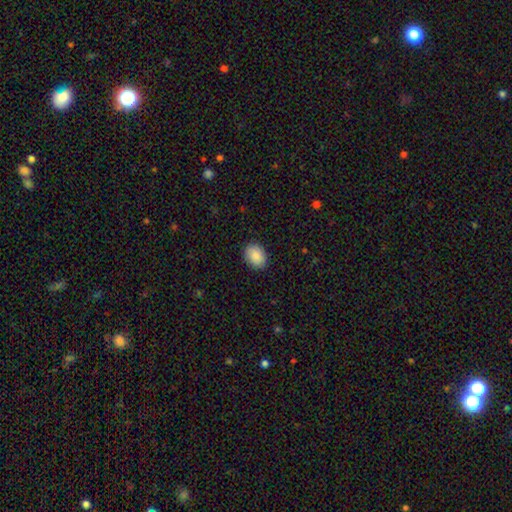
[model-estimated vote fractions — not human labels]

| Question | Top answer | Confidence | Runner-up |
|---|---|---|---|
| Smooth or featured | smooth | 89% | star or artifact (7%) |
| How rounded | in between | 63% | round (36%) |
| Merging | none | 89% | minor disturbance (8%) |